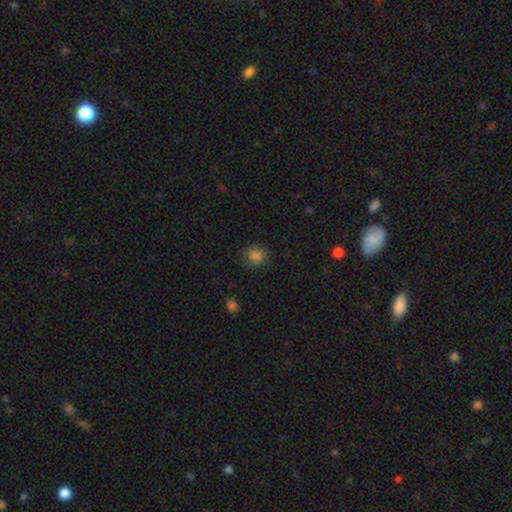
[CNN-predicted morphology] This appears to be a smooth galaxy with no disk features (83%) that is round (79%). Merging: none (79%).